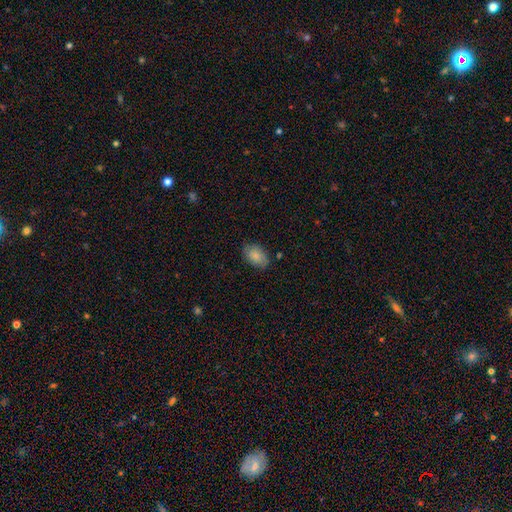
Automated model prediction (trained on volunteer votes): Smooth or featured: smooth — 84% (featured or disk — 9%)
How rounded: in between — 89% (round — 9%)
Merging: none — 80% (minor disturbance — 16%)